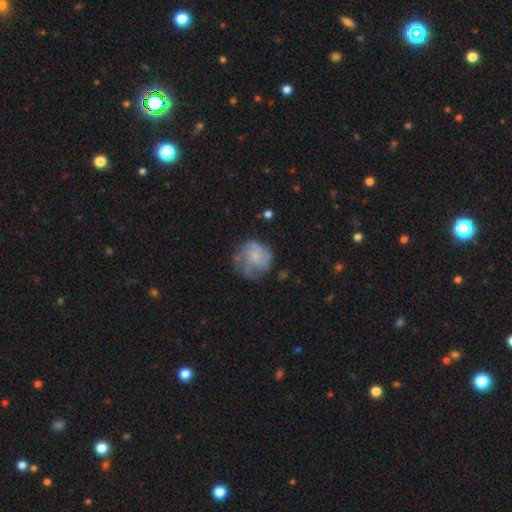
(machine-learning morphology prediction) type=featured or disk (53%); edge-on=no (98%); bar=no (83%); spiral arms=yes (70%); bulge=small (74%); merging=none (54%).